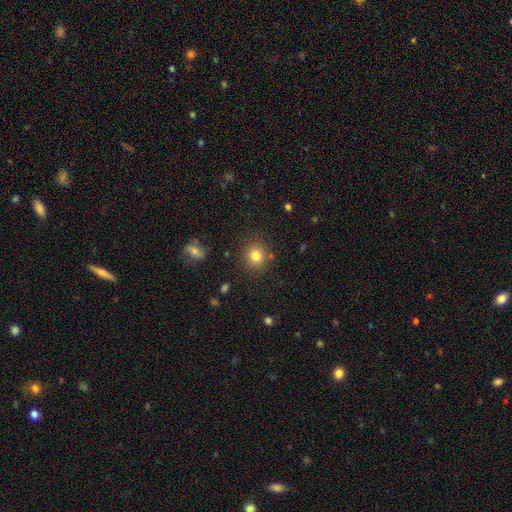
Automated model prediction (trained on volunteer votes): This appears to be a smooth galaxy with no disk features (81%) that is round (84%). Merging: none (86%).